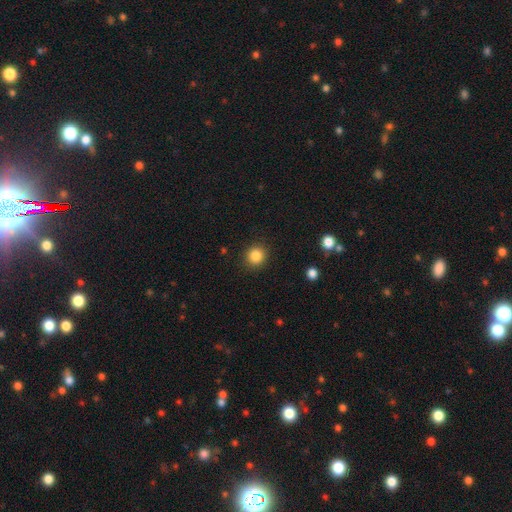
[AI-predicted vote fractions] Smooth or featured? Predicted: smooth (p=0.86). How rounded? Predicted: round (p=0.90). Merging? Predicted: none (p=0.90).